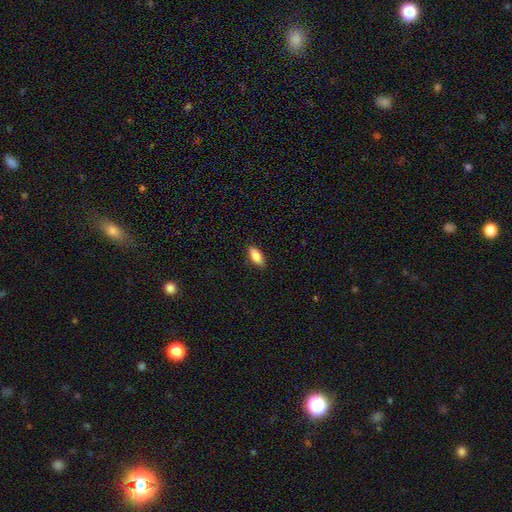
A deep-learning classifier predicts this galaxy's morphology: smooth 88%, star or artifact 7%, featured or disk 6%. Down the decision tree: how rounded — in between (86%); merging — none (88%).